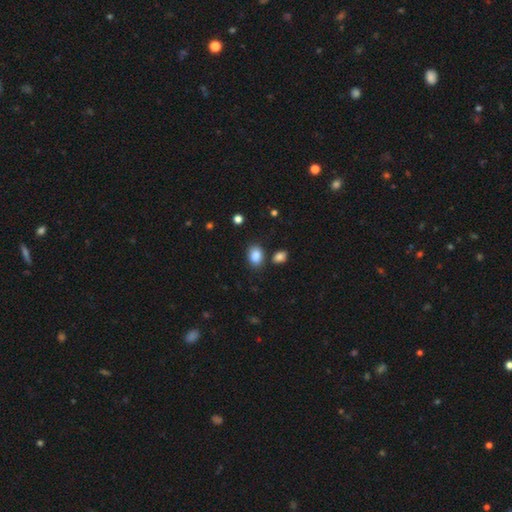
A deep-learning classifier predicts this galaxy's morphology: smooth 87%, star or artifact 9%, featured or disk 4%. Down the decision tree: how rounded — in between (75%); merging — none (75%).